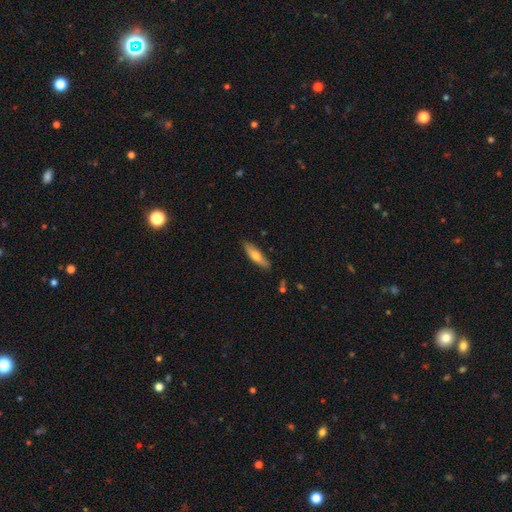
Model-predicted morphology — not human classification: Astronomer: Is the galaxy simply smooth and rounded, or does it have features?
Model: smooth — 65%.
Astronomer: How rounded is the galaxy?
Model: cigar-shaped — 64%.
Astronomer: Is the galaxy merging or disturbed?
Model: none — 86%.